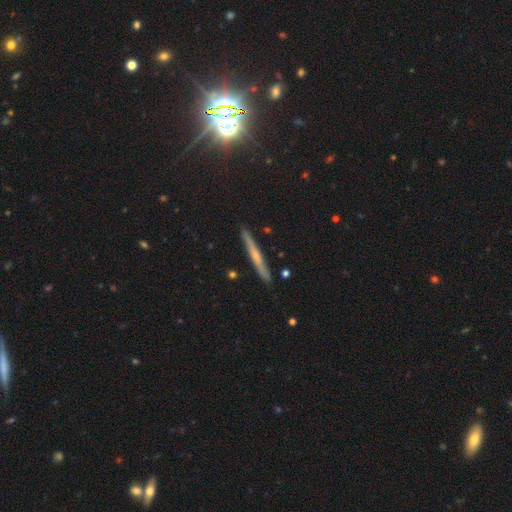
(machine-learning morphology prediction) Smooth or featured: featured or disk — 55% (smooth — 37%)
Edge-on disk: yes — 97% (no — 3%)
Edge-on bulge: none — 48% (rounded — 45%)
Merging: none — 90% (minor disturbance — 7%)